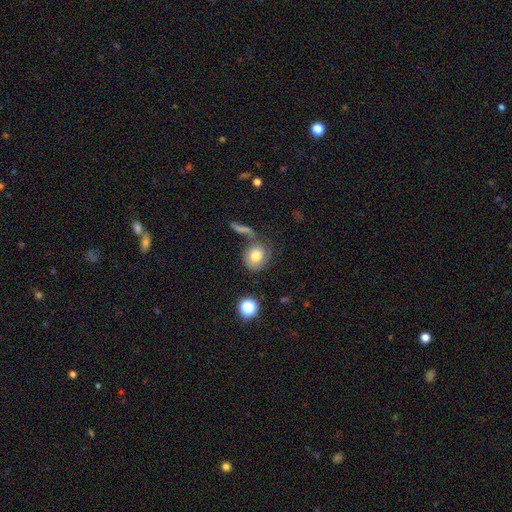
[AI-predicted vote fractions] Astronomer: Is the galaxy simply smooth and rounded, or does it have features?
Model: smooth — 70%.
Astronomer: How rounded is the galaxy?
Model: round — 74%.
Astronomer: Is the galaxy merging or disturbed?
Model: none — 54%.